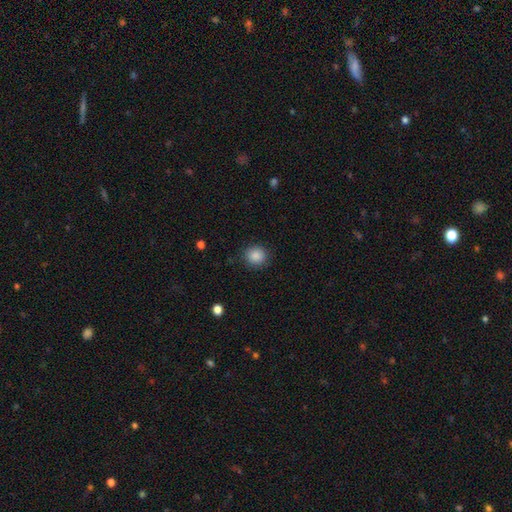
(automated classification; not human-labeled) Overall: smooth (88%). How rounded: round (87%). Merging: none (88%).